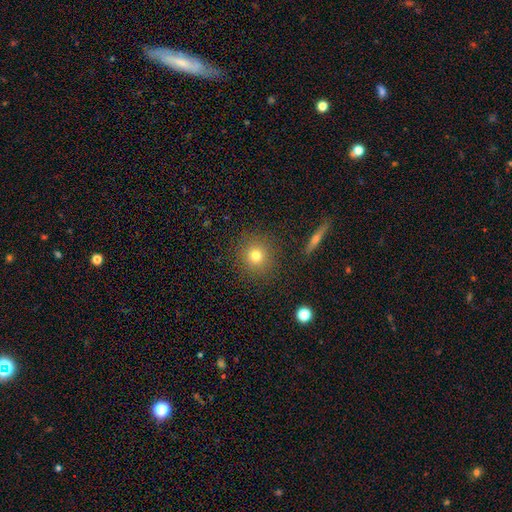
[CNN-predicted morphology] smooth 76%, star or artifact 14%, featured or disk 10%. Down the decision tree: how rounded — round (91%); merging — none (88%).